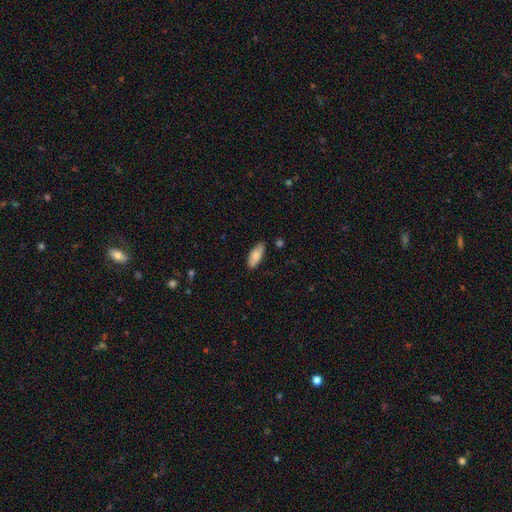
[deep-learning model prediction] A smooth galaxy with no disk features (82%) that is in between round and cigar-shaped (78%). Merging: none (83%).